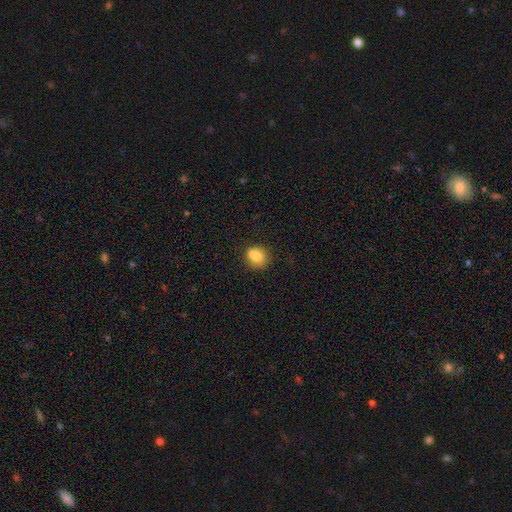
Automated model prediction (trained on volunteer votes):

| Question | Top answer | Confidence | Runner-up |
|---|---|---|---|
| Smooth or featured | smooth | 77% | featured or disk (13%) |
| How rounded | round | 61% | in between (37%) |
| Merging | none | 53% | merger (24%) |